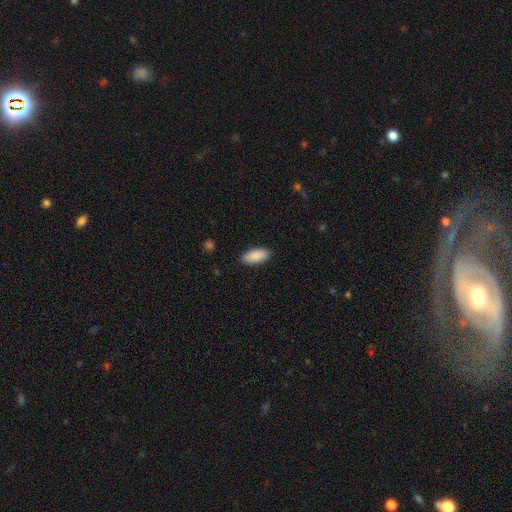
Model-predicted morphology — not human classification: Overall: smooth (91%). How rounded: in between (91%). Merging: none (89%).